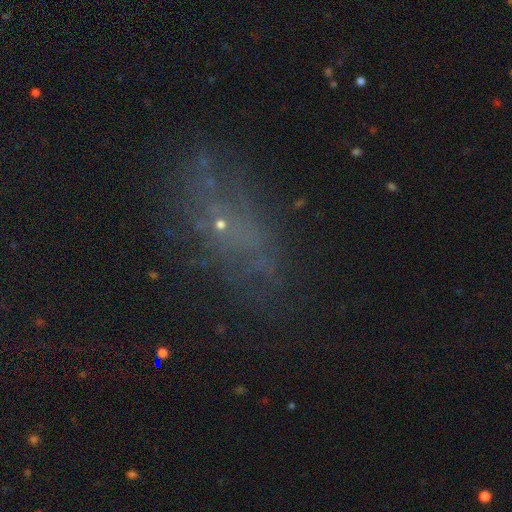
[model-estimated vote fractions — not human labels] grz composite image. It shows a featured or disk galaxy (36%). Merging: none (62%).